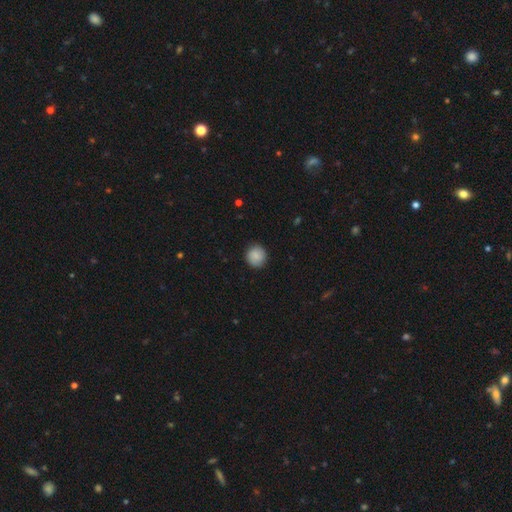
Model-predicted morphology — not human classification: This is clearly a smooth galaxy (87%). How rounded: clearly round (93%). Merging: clearly none (91%).